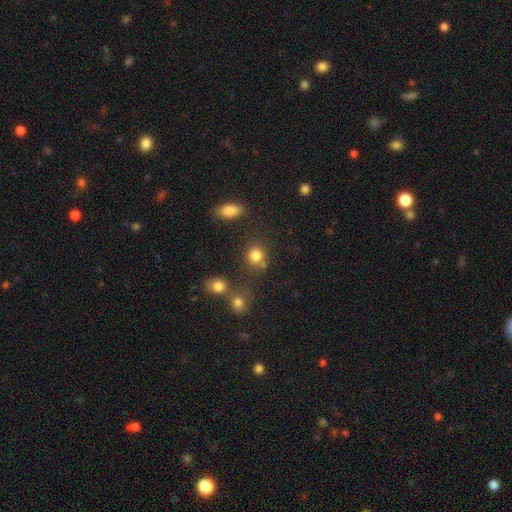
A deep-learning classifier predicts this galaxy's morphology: A smooth galaxy with no disk features (82%) that is round (83%).

Vote fractions:
- Smooth or featured? smooth: 82% / star or artifact: 12% / featured or disk: 6%
- How rounded? round: 83% / in between: 15% / cigar-shaped: 1%
- Merging? none: 67% / merger: 16% / minor disturbance: 12% / major disturbance: 5%